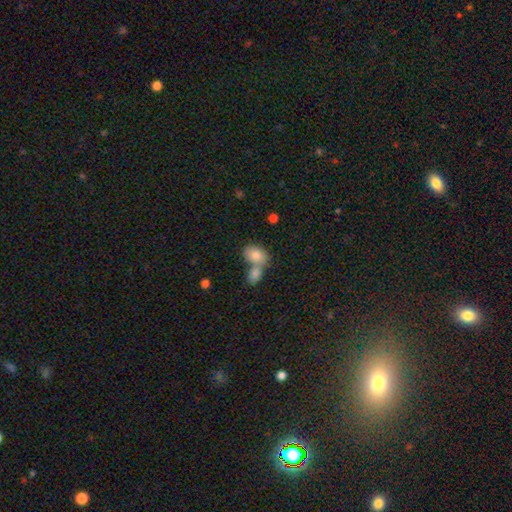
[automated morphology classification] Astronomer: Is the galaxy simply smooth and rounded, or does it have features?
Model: smooth — 82%.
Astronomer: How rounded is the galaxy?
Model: in between — 77%.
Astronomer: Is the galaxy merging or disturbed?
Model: merger — 58%.